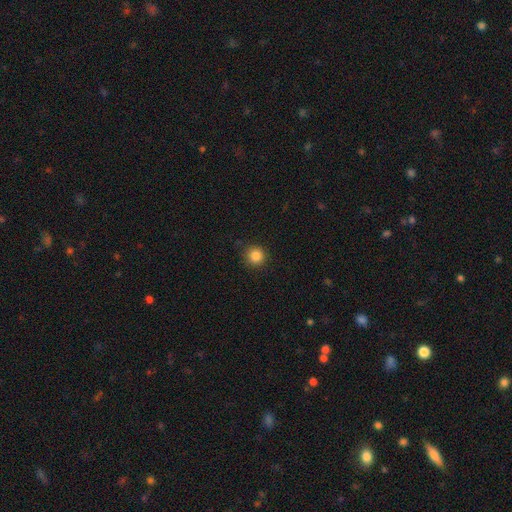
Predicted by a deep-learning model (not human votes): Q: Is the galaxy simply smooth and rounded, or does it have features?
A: smooth — 85%.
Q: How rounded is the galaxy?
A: round — 94%.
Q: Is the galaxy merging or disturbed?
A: none — 87%.